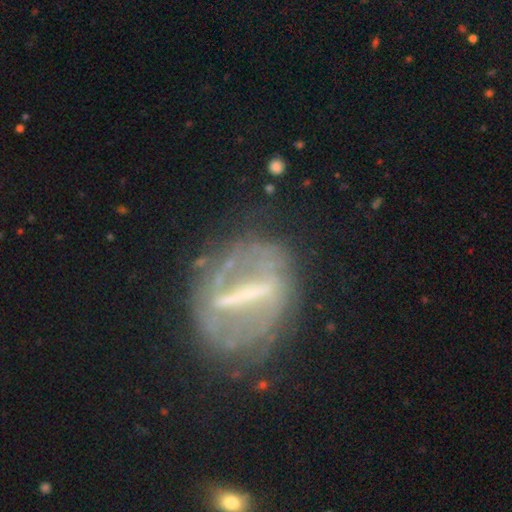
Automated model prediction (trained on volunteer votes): Morphology: type=featured or disk (77%); edge-on=no (83%); bar=strong (82%); spiral arms=no (61%); bulge=none (45%); merging=none (69%).